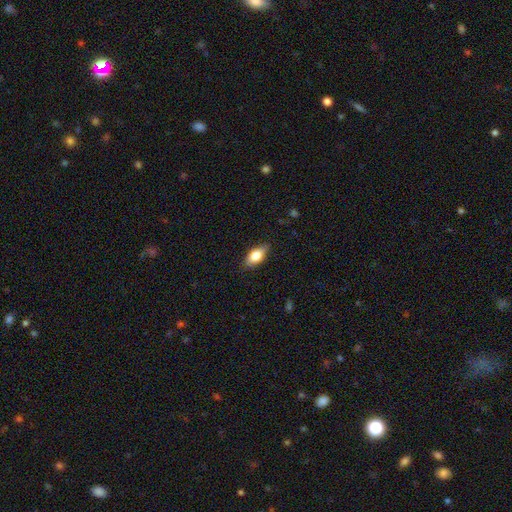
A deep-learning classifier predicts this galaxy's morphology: Smooth or featured? Predicted: smooth (p=0.70). How rounded? Predicted: in between (p=0.83). Merging? Predicted: none (p=0.81).